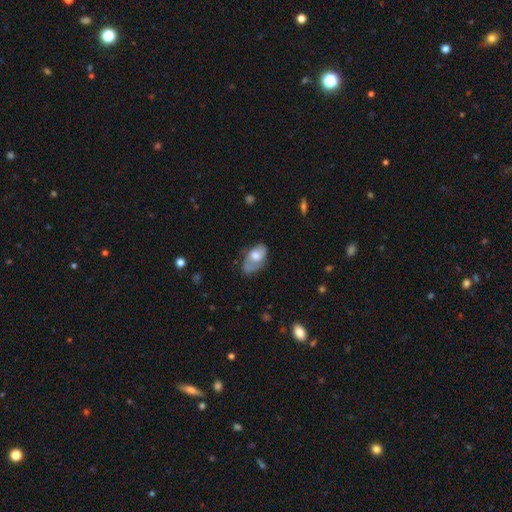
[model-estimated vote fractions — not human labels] smooth-or-featured: smooth: 53% | featured or disk: 40% | star or artifact: 7%
  how-rounded: in between: 90% | round: 8% | cigar-shaped: 2%
  merging: none: 50% | minor disturbance: 32% | major disturbance: 15% | merger: 3%